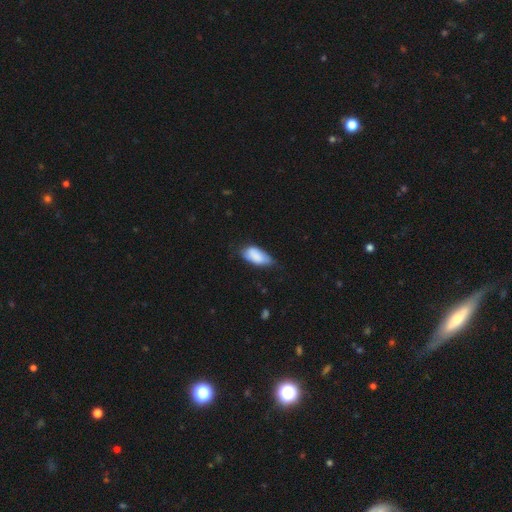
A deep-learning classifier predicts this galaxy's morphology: Smooth or featured? smooth (84%)
How rounded? in between (91%)
Merging? none (48%)